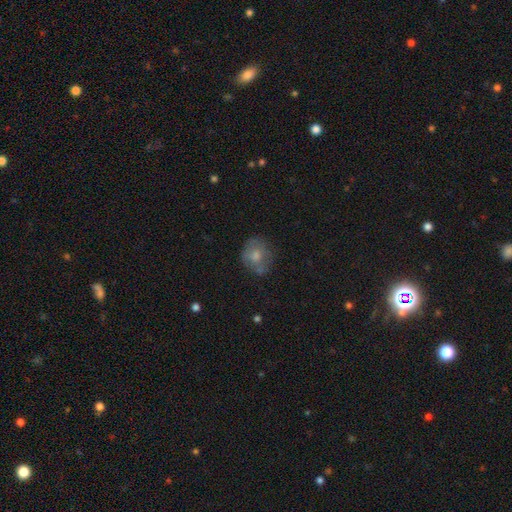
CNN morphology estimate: smooth_or_featured: smooth (p=0.65) [alt: featured or disk p=0.26]
how_rounded: round (p=0.65) [alt: in between p=0.34]
merging: none (p=0.59) [alt: minor disturbance p=0.25]